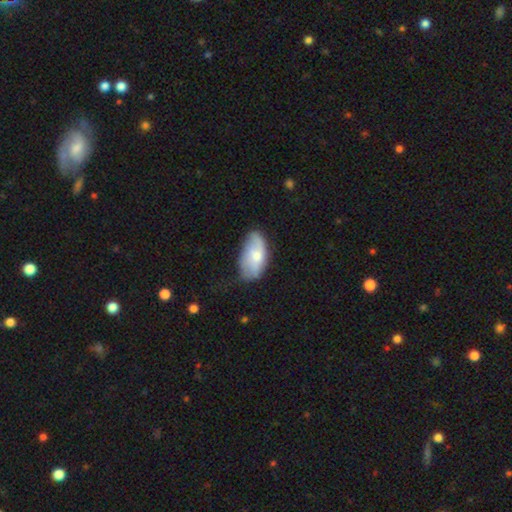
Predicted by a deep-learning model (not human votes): smooth_or_featured: smooth (p=0.66) [alt: featured or disk p=0.28]
how_rounded: in between (p=0.93) [alt: round p=0.04]
merging: none (p=0.55) [alt: minor disturbance p=0.32]